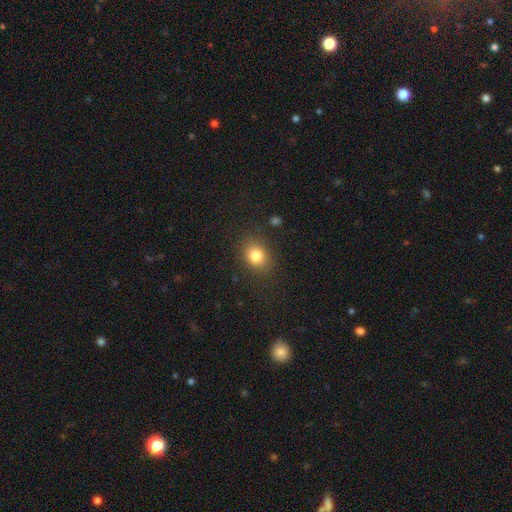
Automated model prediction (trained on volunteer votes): Smooth or featured?
  - smooth: 81% *
  - star or artifact: 11%
  - featured or disk: 7%
How rounded?
  - round: 54% *
  - in between: 45%
  - cigar-shaped: 1%
Merging?
  - none: 83% *
  - minor disturbance: 11%
  - major disturbance: 4%
  - merger: 2%